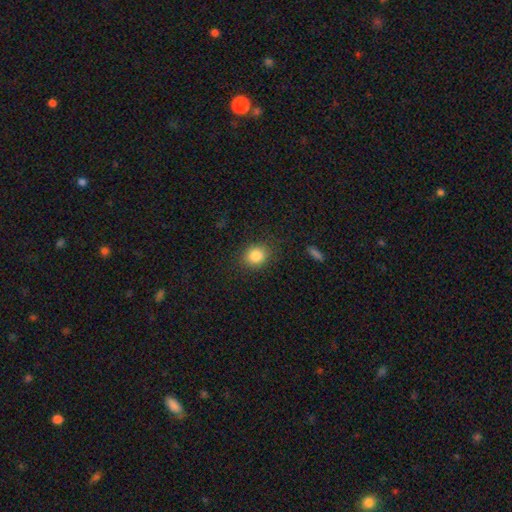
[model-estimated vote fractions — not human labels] A smooth galaxy with no disk features (85%) that is round (70%). Merging: none (86%).